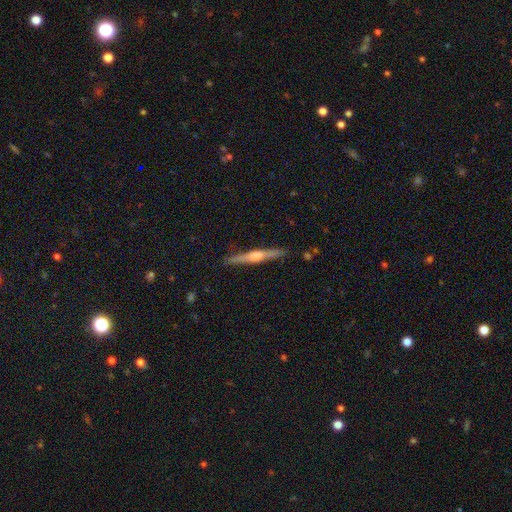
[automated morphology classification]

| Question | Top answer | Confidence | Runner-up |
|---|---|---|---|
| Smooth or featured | featured or disk | 73% | smooth (22%) |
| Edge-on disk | yes | 98% | no (2%) |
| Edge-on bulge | rounded | 80% | boxy (13%) |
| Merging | none | 90% | minor disturbance (7%) |